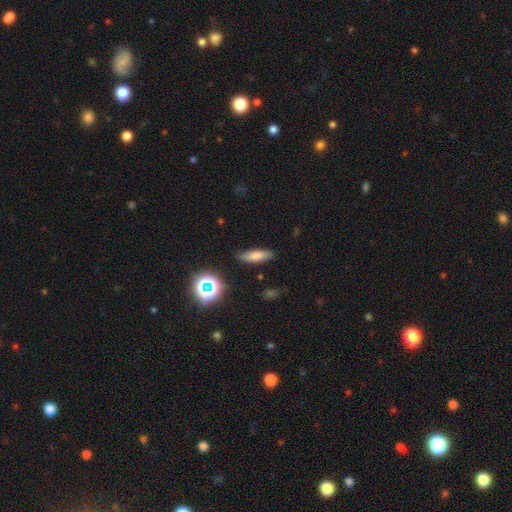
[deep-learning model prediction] A smooth galaxy with no disk features (72%) that is in between round and cigar-shaped (49%).

Vote fractions:
- Smooth or featured? smooth: 72% / featured or disk: 14% / star or artifact: 13%
- How rounded? in between: 49% / cigar-shaped: 47% / round: 4%
- Merging? none: 82% / minor disturbance: 12% / major disturbance: 3% / merger: 2%